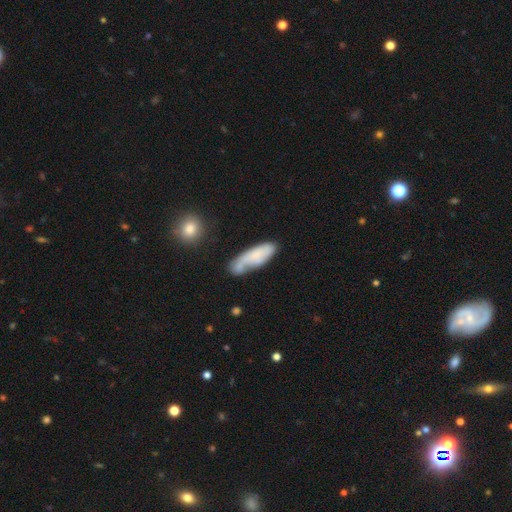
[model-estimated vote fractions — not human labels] smooth-or-featured: smooth: 65% | featured or disk: 29% | star or artifact: 7%
  how-rounded: in between: 57% | cigar-shaped: 41% | round: 2%
  merging: none: 46% | minor disturbance: 29% | merger: 13% | major disturbance: 12%